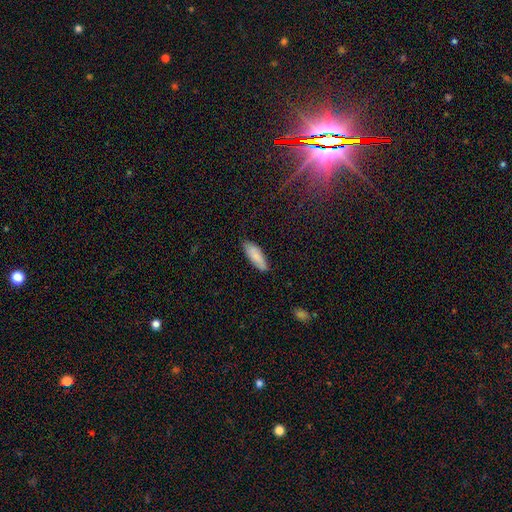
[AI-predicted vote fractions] A smooth galaxy with no disk features (84%) that is in between round and cigar-shaped (62%).

Vote fractions:
- Smooth or featured? smooth: 84% / featured or disk: 10% / star or artifact: 6%
- How rounded? in between: 62% / cigar-shaped: 36% / round: 2%
- Merging? none: 79% / minor disturbance: 17% / major disturbance: 3% / merger: 1%